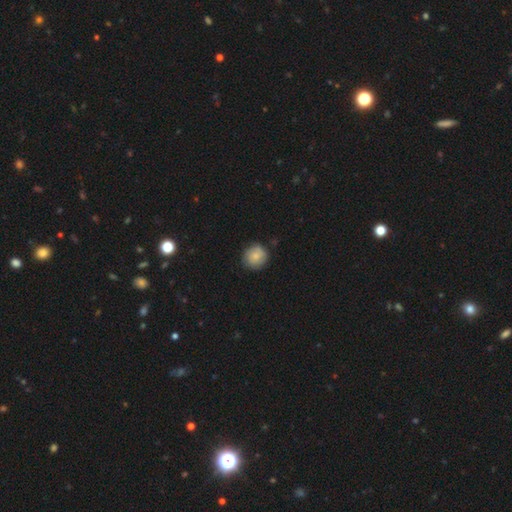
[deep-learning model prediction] A smooth galaxy with no disk features (73%) that is round (91%). Merging: none (81%).